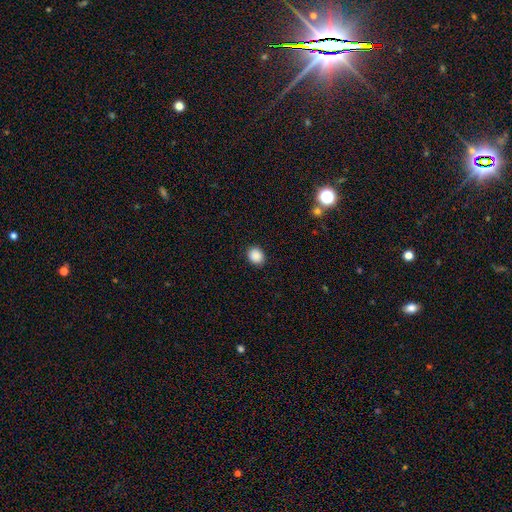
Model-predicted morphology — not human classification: smooth-or-featured: smooth: 89% | star or artifact: 9% | featured or disk: 3%
  how-rounded: round: 66% | in between: 33% | cigar-shaped: 1%
  merging: none: 90% | minor disturbance: 7% | major disturbance: 2% | merger: 1%